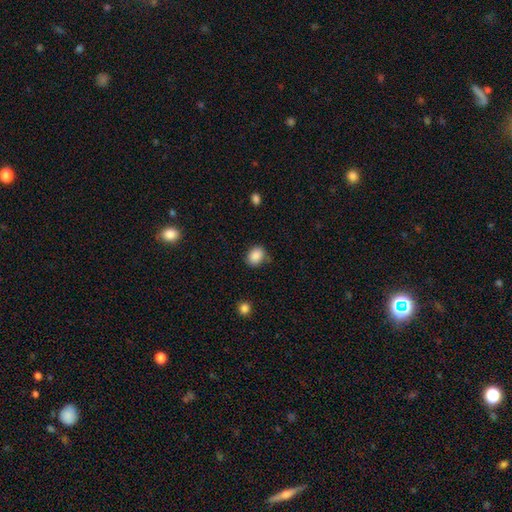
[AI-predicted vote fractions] Smooth or featured?
  - smooth: 88% *
  - star or artifact: 8%
  - featured or disk: 4%
How rounded?
  - in between: 56% *
  - round: 43%
  - cigar-shaped: 1%
Merging?
  - none: 79% *
  - minor disturbance: 15%
  - major disturbance: 4%
  - merger: 2%